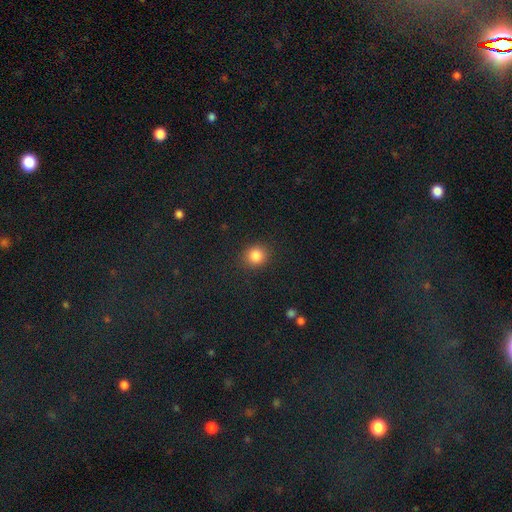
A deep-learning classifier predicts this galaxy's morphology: Smooth or featured: smooth — 85% (star or artifact — 11%)
How rounded: round — 85% (in between — 14%)
Merging: none — 89% (minor disturbance — 7%)